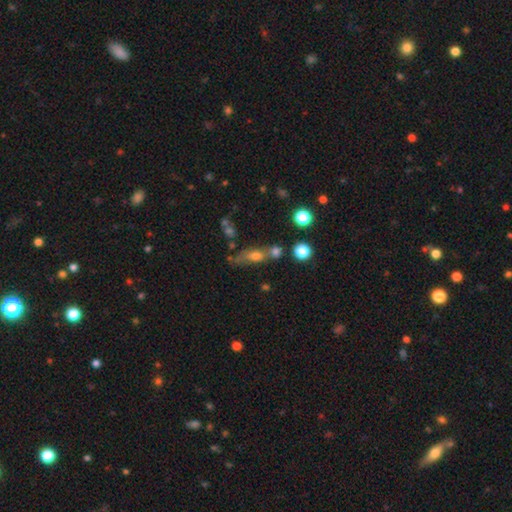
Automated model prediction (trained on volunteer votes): The model was most divided on "merging": none: 40%, merger: 33%, minor disturbance: 15%, major disturbance: 11%. More confident: smooth or featured — smooth (59%); how rounded — in between (52%).